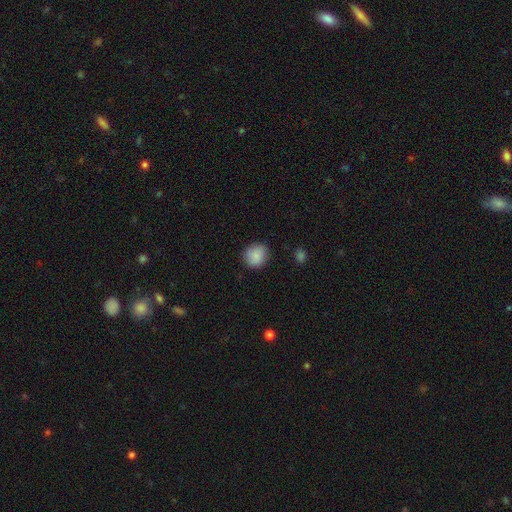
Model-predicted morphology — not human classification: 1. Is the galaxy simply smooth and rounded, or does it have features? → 87% smooth, 8% star or artifact, 5% featured or disk.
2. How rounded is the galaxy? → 85% round, 14% in between, 1% cigar-shaped.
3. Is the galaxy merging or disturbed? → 86% none, 10% minor disturbance, 3% major disturbance, 1% merger.